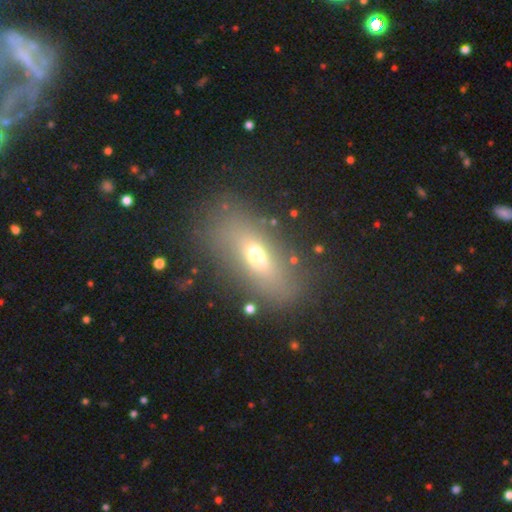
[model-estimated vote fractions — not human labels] Q: Smooth or featured?
A: smooth (59%); runner-up: featured or disk (27%)
Q: How rounded?
A: in between (74%); runner-up: cigar-shaped (18%)
Q: Merging?
A: none (78%); runner-up: minor disturbance (12%)